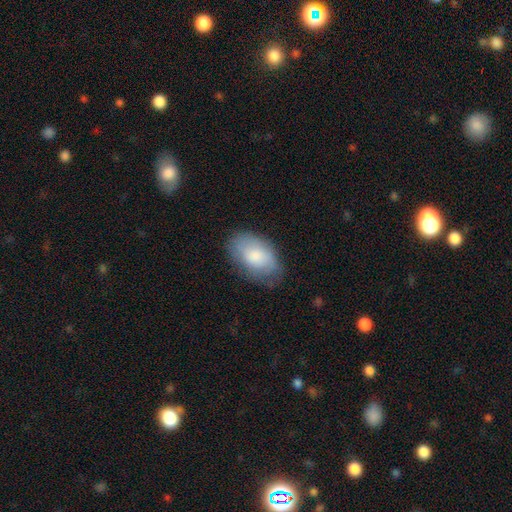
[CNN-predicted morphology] Smooth or featured: smooth — 78% (featured or disk — 16%)
How rounded: in between — 93% (round — 6%)
Merging: none — 71% (minor disturbance — 22%)